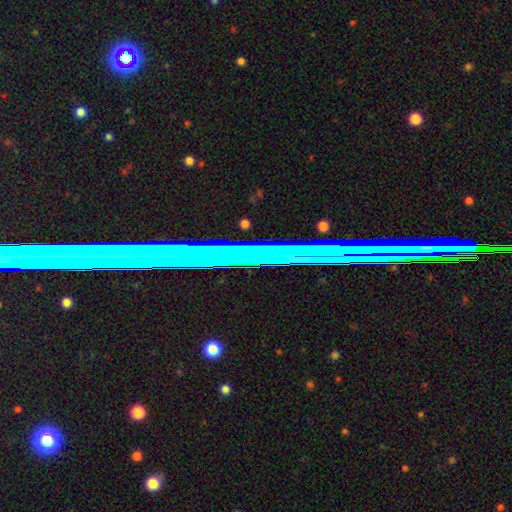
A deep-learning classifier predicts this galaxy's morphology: This is marginally a star or artifact rather than a galaxy (43%).